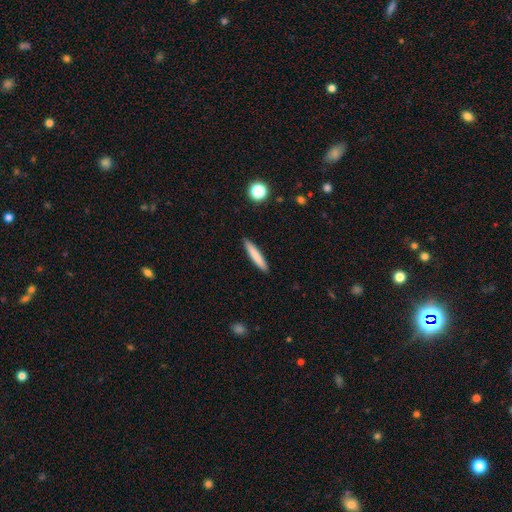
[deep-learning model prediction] smooth-or-featured: smooth: 79% | featured or disk: 14% | star or artifact: 7%
  how-rounded: cigar-shaped: 93% | in between: 6% | round: 1%
  merging: none: 91% | minor disturbance: 6% | major disturbance: 1% | merger: 1%